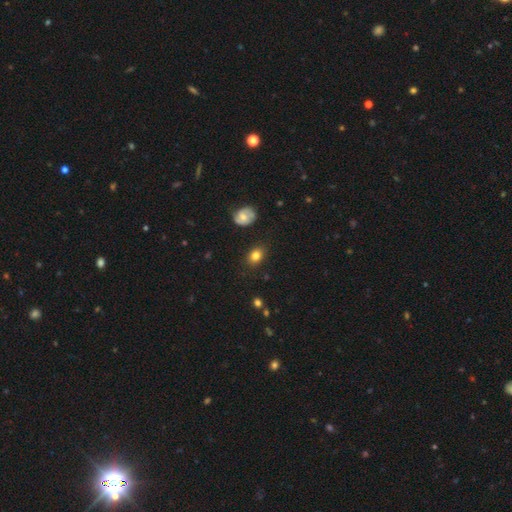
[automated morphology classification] Smooth or featured? Predicted: smooth (p=0.81). How rounded? Predicted: in between (p=0.65). Merging? Predicted: none (p=0.83).